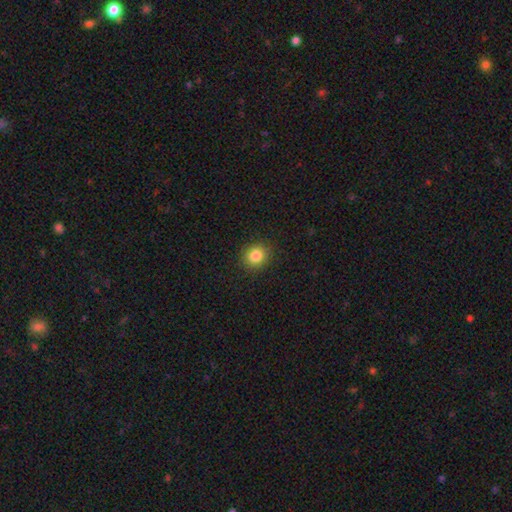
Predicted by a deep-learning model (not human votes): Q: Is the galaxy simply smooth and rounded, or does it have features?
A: smooth — 84%.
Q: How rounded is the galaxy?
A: round — 83%.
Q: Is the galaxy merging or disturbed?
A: none — 91%.